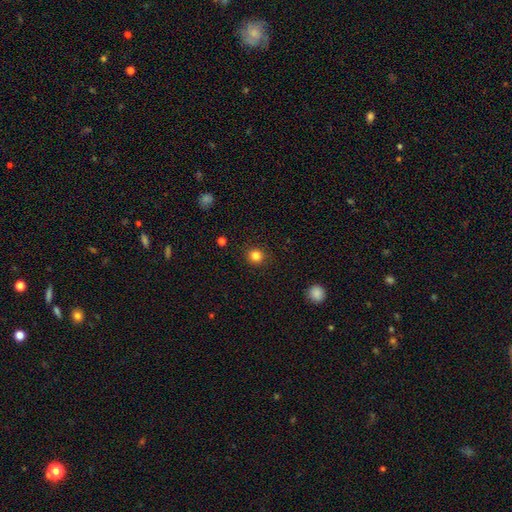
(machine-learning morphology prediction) Smooth or featured? smooth (84%)
How rounded? round (90%)
Merging? none (90%)